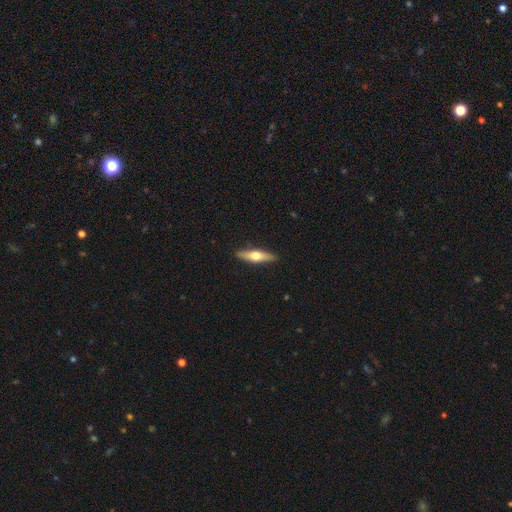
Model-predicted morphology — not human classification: Smooth or featured?
  - featured or disk: 53% *
  - smooth: 42%
  - star or artifact: 5%
Edge-on disk?
  - yes: 93% *
  - no: 7%
Merging?
  - none: 90% *
  - minor disturbance: 8%
  - major disturbance: 2%
  - merger: 1%